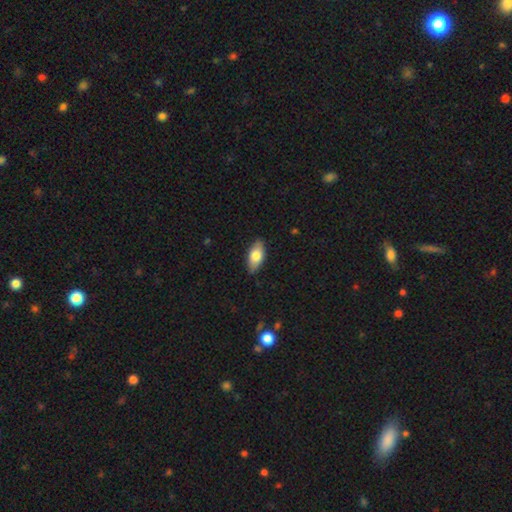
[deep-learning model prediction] Smooth or featured? Predicted: smooth (p=0.76). How rounded? Predicted: in between (p=0.90). Merging? Predicted: none (p=0.86).